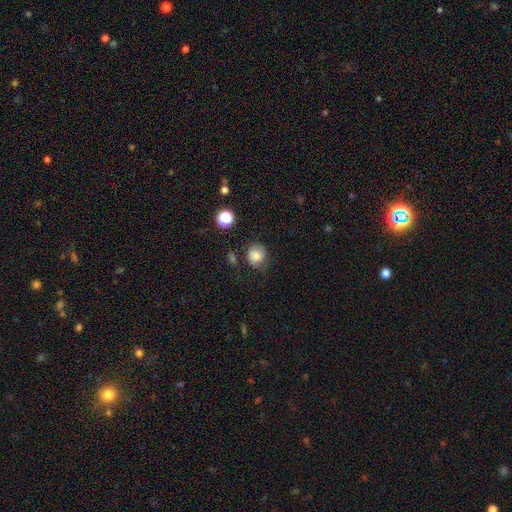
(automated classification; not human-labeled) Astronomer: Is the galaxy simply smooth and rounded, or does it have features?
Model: smooth — 82%.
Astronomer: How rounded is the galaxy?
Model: round — 86%.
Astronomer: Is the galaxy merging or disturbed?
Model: none — 70%.